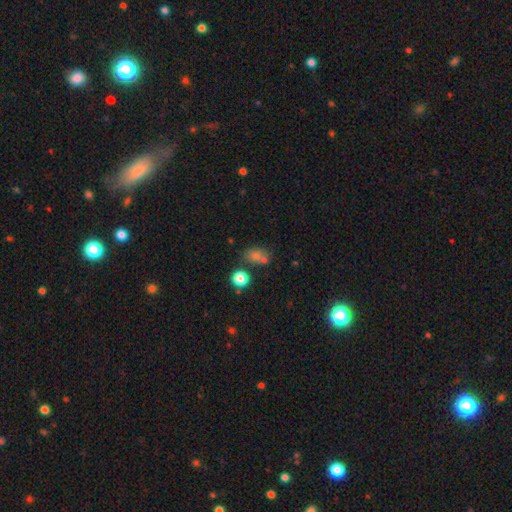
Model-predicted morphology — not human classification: Overall: smooth (69%). How rounded: in between (63%; round 35%). Merging: none (58%; merger 22%).